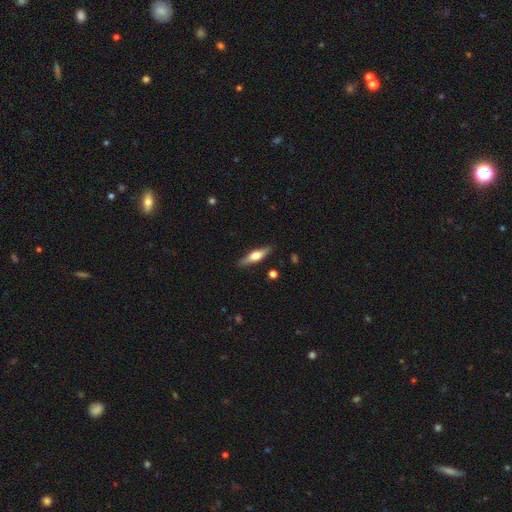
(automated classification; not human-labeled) featured or disk 56%, smooth 38%, star or artifact 6%. Down the decision tree: edge-on disk — yes (94%); edge-on bulge — rounded (92%); merging — none (88%).